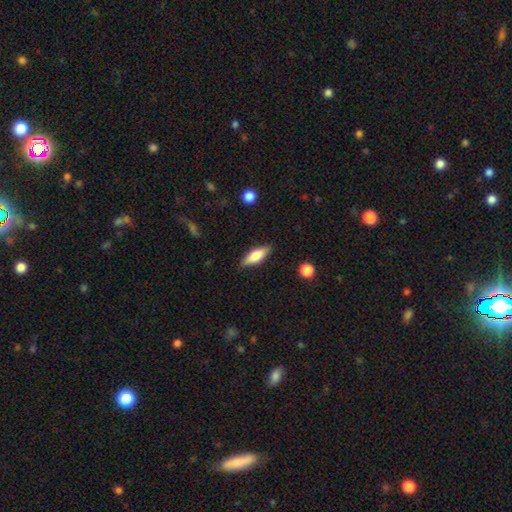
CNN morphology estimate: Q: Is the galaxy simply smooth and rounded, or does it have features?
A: smooth — 63%.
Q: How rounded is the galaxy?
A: in between — 58%.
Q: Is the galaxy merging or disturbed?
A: none — 85%.